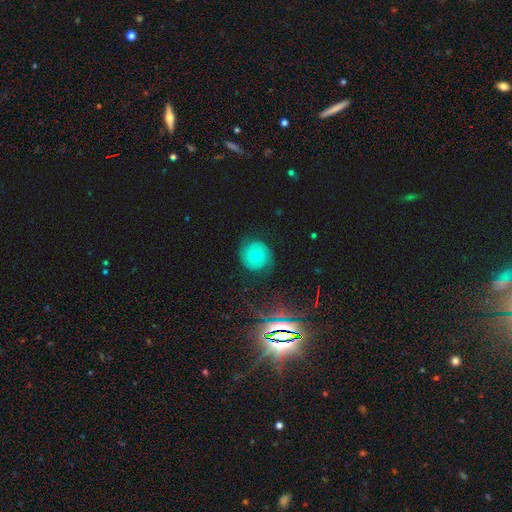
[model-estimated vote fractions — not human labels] Overall: featured or disk (50%; smooth 36%). Edge-on disk: no (96%). Merging: none (80%).